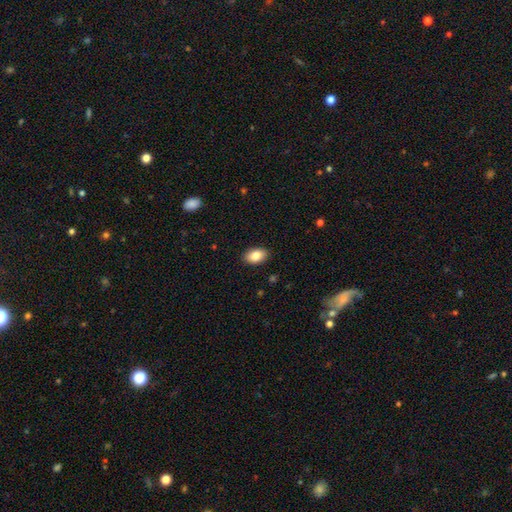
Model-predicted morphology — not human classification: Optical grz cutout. It shows a smooth galaxy with no disk features (85%) that is in between round and cigar-shaped (90%). Merging: none (89%).